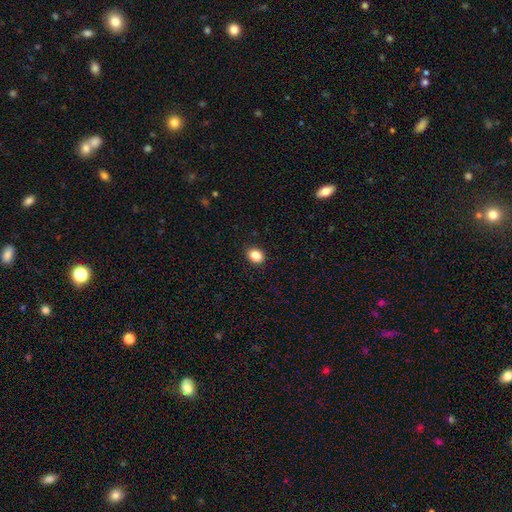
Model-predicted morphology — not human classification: Q: Smooth or featured?
A: smooth (87%); runner-up: star or artifact (9%)
Q: How rounded?
A: in between (52%); runner-up: round (47%)
Q: Merging?
A: none (91%); runner-up: minor disturbance (6%)